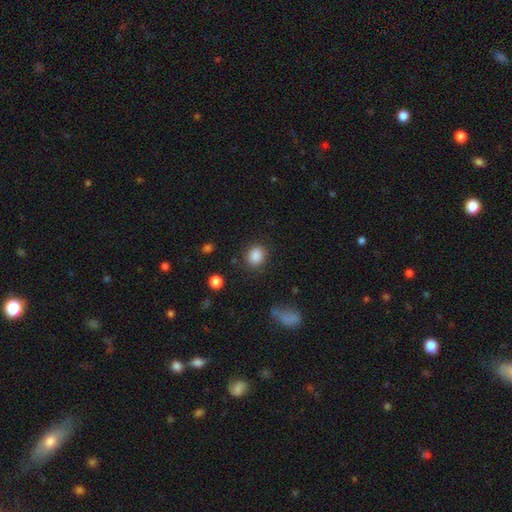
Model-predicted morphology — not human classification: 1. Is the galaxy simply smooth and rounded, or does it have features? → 87% smooth, 9% star or artifact, 3% featured or disk.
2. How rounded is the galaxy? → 72% round, 26% in between, 1% cigar-shaped.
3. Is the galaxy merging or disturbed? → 85% none, 9% minor disturbance, 4% major disturbance, 2% merger.